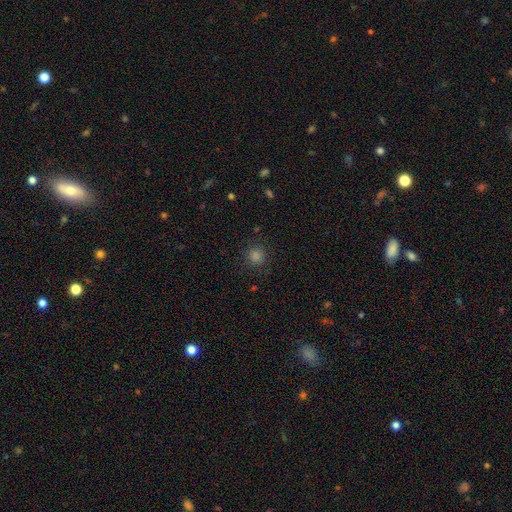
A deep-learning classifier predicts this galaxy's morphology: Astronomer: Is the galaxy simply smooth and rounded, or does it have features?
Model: smooth — 76%.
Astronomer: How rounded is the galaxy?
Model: round — 94%.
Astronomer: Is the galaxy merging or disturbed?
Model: none — 88%.